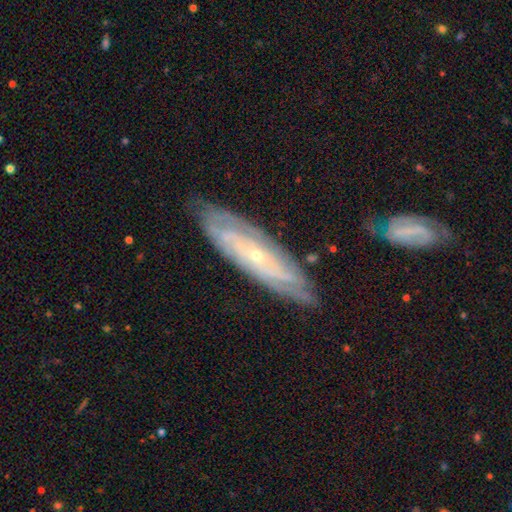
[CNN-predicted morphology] Q: Smooth or featured?
A: featured or disk (81%); runner-up: smooth (13%)
Q: Edge-on disk?
A: no (79%); runner-up: yes (21%)
Q: Bar?
A: no (74%); runner-up: weak (19%)
Q: Spiral arms?
A: yes (90%); runner-up: no (10%)
Q: Spiral winding?
A: tight (73%); runner-up: medium (21%)
Q: Spiral arm count?
A: can't tell (50%); runner-up: 2 (20%)
Q: Bulge size?
A: small (83%); runner-up: moderate (14%)
Q: Merging?
A: none (80%); runner-up: minor disturbance (14%)